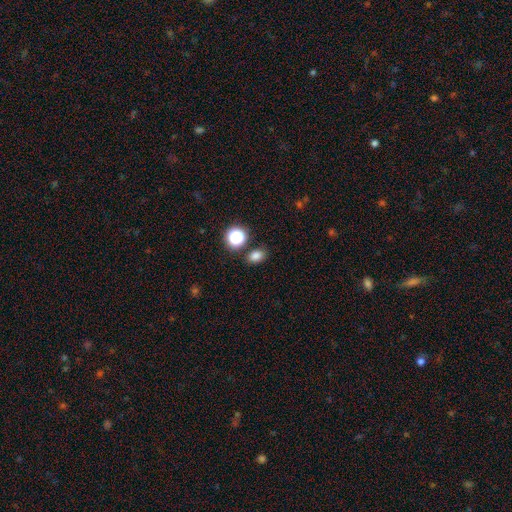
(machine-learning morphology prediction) Smooth or featured? Predicted: smooth (p=0.79). How rounded? Predicted: in between (p=0.67). Merging? Predicted: none (p=0.81).